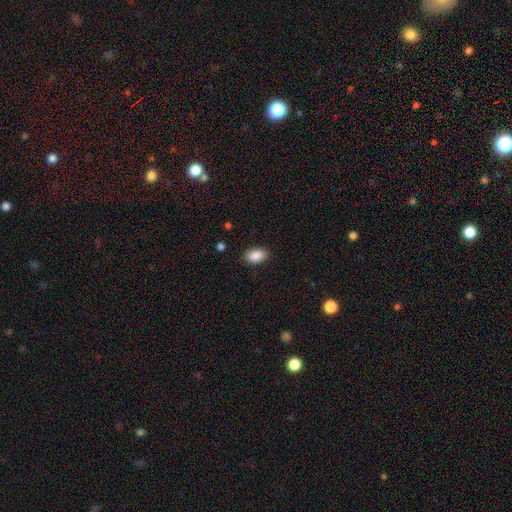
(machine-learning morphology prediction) The model was most divided on "merging": none: 87%, minor disturbance: 9%, major disturbance: 2%, merger: 1%. More confident: how rounded — in between (91%); smooth or featured — smooth (89%).